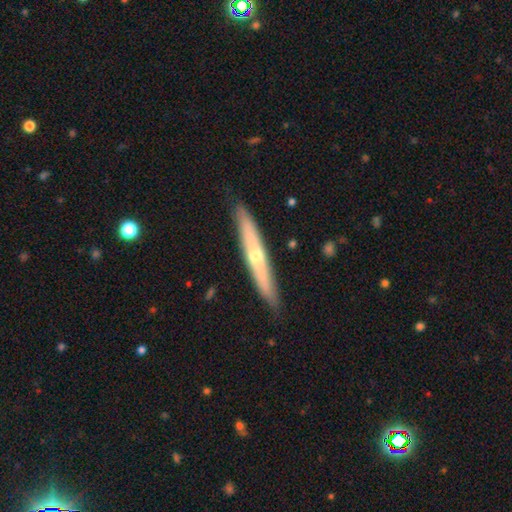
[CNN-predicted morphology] Smooth or featured? Predicted: featured or disk (p=0.52). Edge-on disk? Predicted: yes (p=0.88). Merging? Predicted: none (p=0.88).